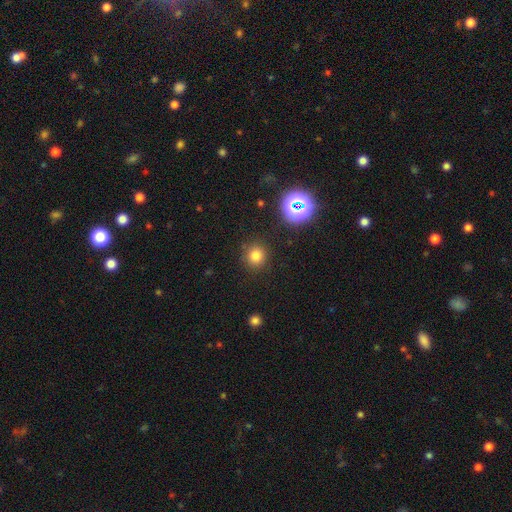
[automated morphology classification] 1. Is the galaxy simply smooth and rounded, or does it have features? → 76% smooth, 18% star or artifact, 6% featured or disk.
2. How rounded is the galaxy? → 93% round, 6% in between, 1% cigar-shaped.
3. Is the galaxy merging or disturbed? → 89% none, 7% minor disturbance, 3% major disturbance, 2% merger.